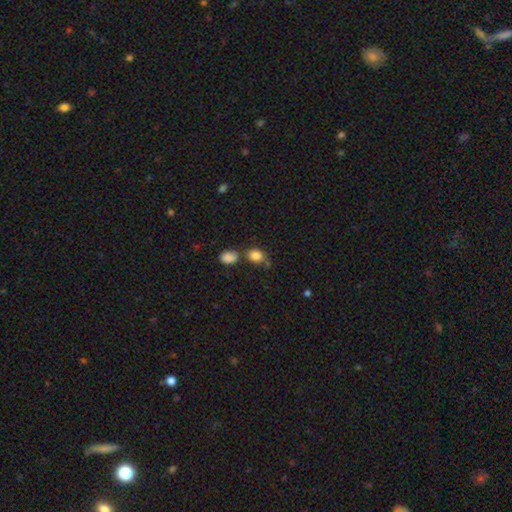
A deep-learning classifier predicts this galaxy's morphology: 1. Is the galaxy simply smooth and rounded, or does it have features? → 84% smooth, 10% star or artifact, 6% featured or disk.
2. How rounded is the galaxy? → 53% in between, 46% round, 1% cigar-shaped.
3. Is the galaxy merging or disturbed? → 53% none, 22% merger, 18% minor disturbance, 7% major disturbance.